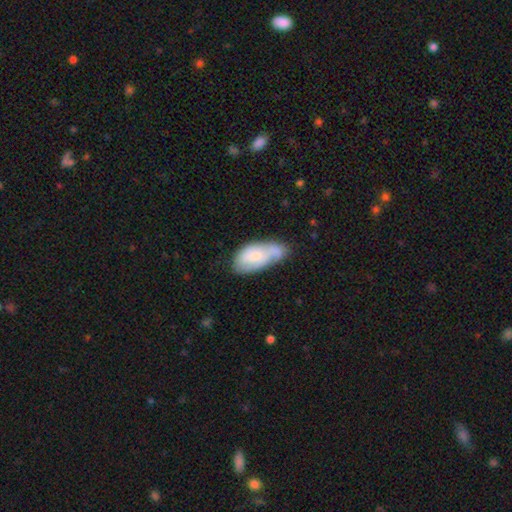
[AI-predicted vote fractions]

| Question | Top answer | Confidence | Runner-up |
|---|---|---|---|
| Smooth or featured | smooth | 53% | featured or disk (40%) |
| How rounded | in between | 90% | cigar-shaped (7%) |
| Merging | none | 34% | minor disturbance (32%) |